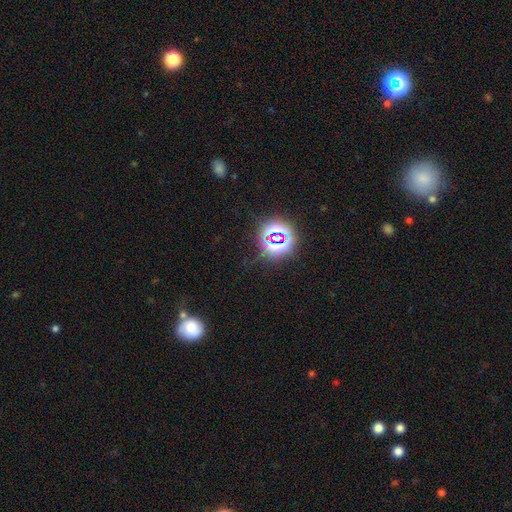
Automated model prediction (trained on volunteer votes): Smooth or featured: star or artifact — 75% (smooth — 17%)